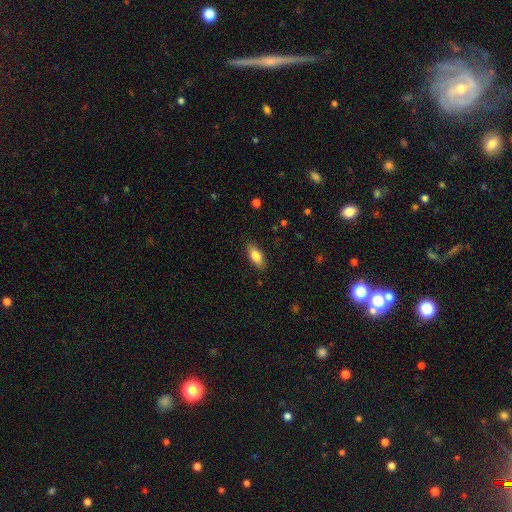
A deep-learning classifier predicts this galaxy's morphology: Q: Smooth or featured?
A: smooth (79%); runner-up: featured or disk (14%)
Q: How rounded?
A: in between (81%); runner-up: cigar-shaped (17%)
Q: Merging?
A: none (86%); runner-up: minor disturbance (11%)